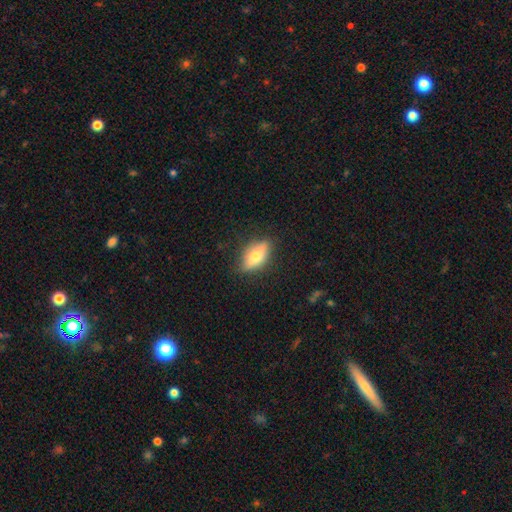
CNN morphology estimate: smooth 61%, featured or disk 32%, star or artifact 7%. Down the decision tree: how rounded — in between (78%); merging — none (82%).